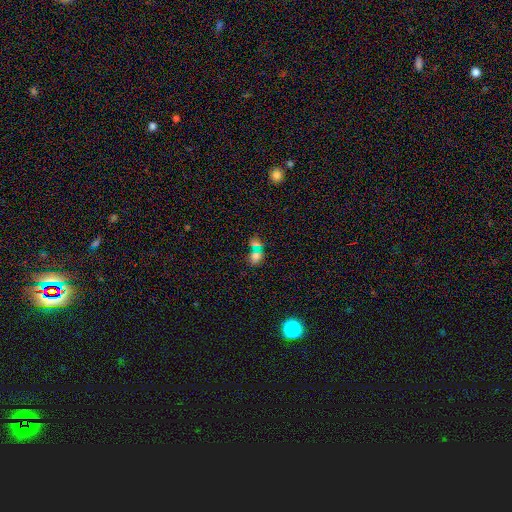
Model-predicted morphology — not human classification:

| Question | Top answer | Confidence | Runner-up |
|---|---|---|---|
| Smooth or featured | smooth | 74% | star or artifact (16%) |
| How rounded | in between | 54% | round (44%) |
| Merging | merger | 50% | none (37%) |